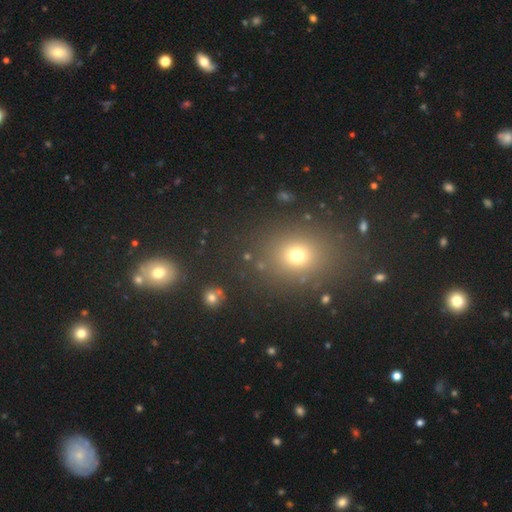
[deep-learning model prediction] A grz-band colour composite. It shows a smooth galaxy with no disk features (56%) that is round (58%). Merging: none (85%).